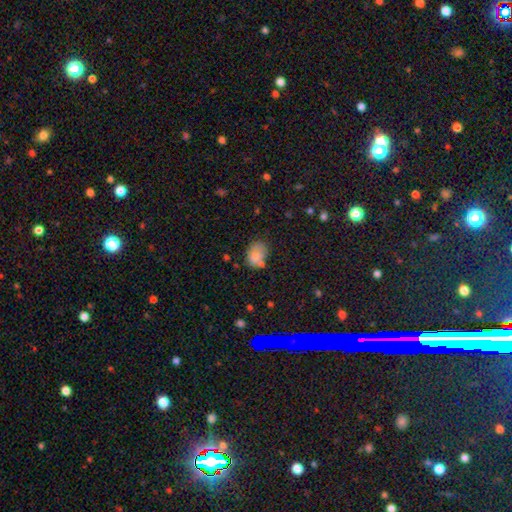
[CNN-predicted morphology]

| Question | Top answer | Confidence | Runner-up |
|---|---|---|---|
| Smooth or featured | smooth | 77% | featured or disk (13%) |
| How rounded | in between | 70% | round (29%) |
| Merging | none | 54% | minor disturbance (25%) |